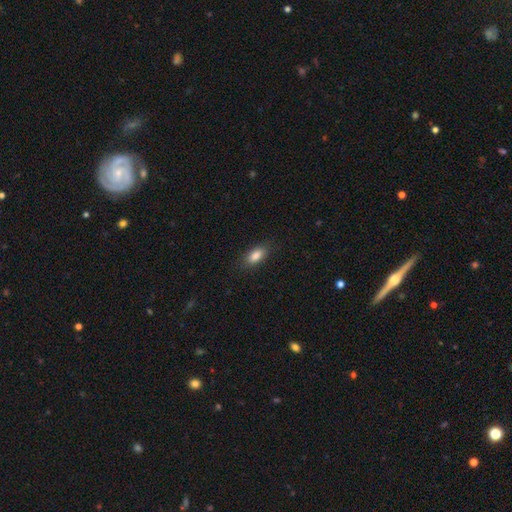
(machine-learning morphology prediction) This appears to be a smooth galaxy with no disk features (86%) that is in between round and cigar-shaped (85%). Merging: none (85%).